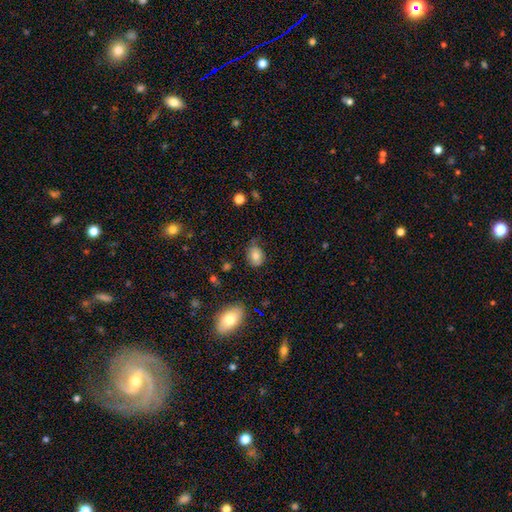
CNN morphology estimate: Smooth or featured? smooth (79%)
How rounded? in between (57%)
Merging? none (67%)